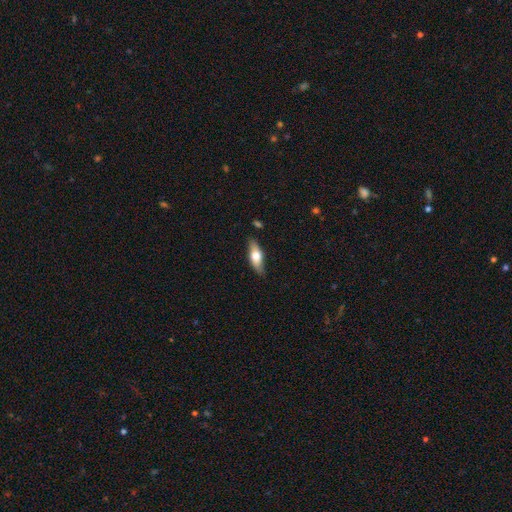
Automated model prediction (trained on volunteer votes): Smooth or featured? Predicted: smooth (p=0.56). How rounded? Predicted: in between (p=0.61). Merging? Predicted: none (p=0.83).